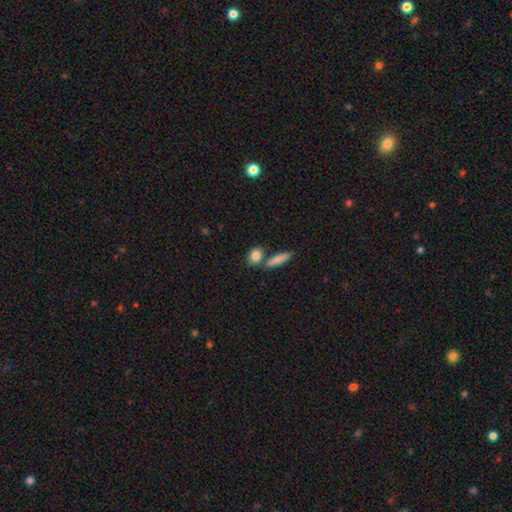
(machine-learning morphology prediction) A smooth galaxy with no disk features (84%) that is in between round and cigar-shaped (55%).

Vote fractions:
- Smooth or featured? smooth: 84% / featured or disk: 9% / star or artifact: 7%
- How rounded? in between: 55% / round: 33% / cigar-shaped: 12%
- Merging? none: 61% / merger: 22% / minor disturbance: 12% / major disturbance: 4%